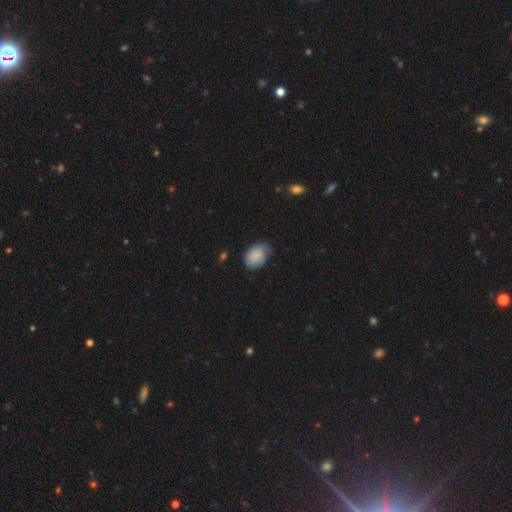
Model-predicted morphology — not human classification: A smooth galaxy with no disk features (82%) that is in between round and cigar-shaped (73%).

Vote fractions:
- Smooth or featured? smooth: 82% / featured or disk: 11% / star or artifact: 7%
- How rounded? in between: 73% / round: 26% / cigar-shaped: 1%
- Merging? none: 52% / minor disturbance: 37% / major disturbance: 9% / merger: 2%